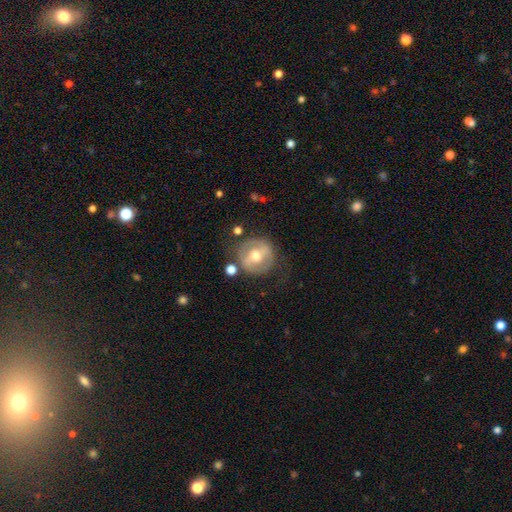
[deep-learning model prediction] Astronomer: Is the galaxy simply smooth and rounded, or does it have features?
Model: featured or disk — 58% (runner-up: smooth, 35%).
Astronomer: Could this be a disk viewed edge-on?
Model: no — 93%.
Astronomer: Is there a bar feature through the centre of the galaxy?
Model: strong — 43% (runner-up: weak, 35%).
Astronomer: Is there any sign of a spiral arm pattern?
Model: no — 65%.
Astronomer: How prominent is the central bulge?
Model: moderate — 73%.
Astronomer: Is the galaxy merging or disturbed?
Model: none — 72%.